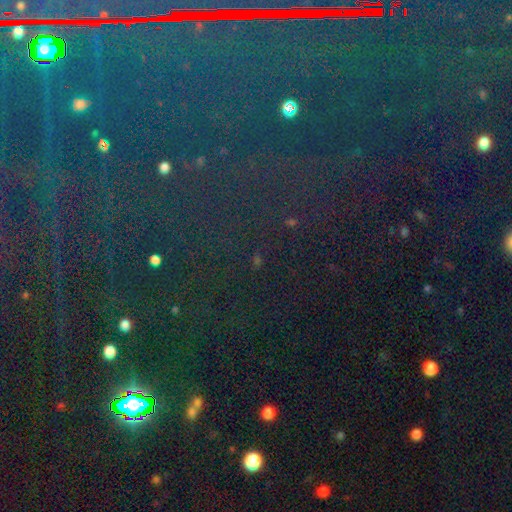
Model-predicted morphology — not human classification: Smooth or featured? Predicted: star or artifact (p=0.79).